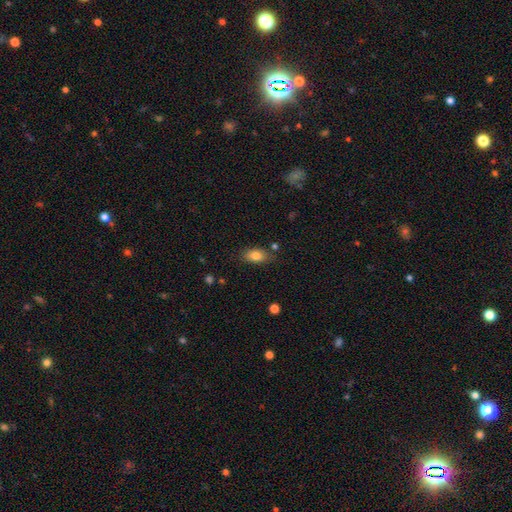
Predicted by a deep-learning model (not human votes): Morphology: type=smooth (81%); roundness=in between (86%); merging=none (78%).